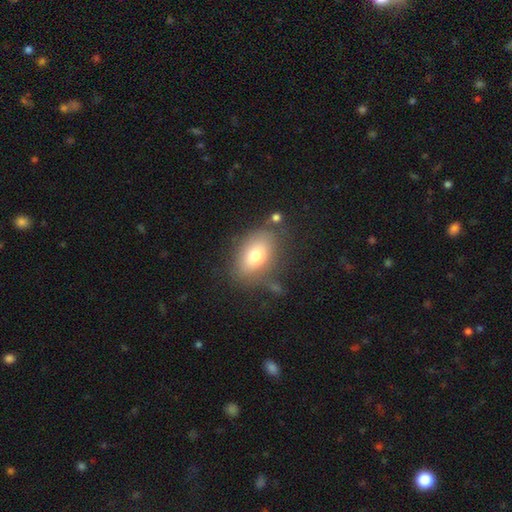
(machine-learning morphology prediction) Q: Smooth or featured?
A: smooth (74%); runner-up: featured or disk (17%)
Q: How rounded?
A: in between (84%); runner-up: round (14%)
Q: Merging?
A: none (70%); runner-up: minor disturbance (17%)